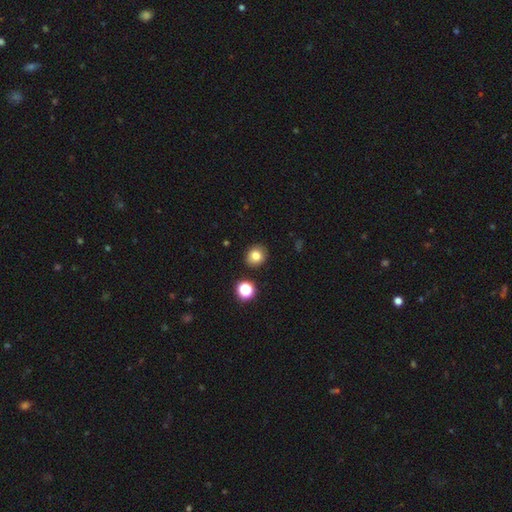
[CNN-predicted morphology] Q: Smooth or featured?
A: smooth (79%); runner-up: star or artifact (13%)
Q: How rounded?
A: round (77%); runner-up: in between (22%)
Q: Merging?
A: none (87%); runner-up: minor disturbance (7%)